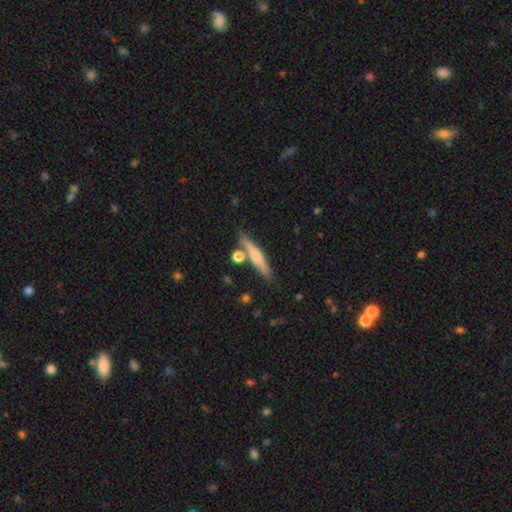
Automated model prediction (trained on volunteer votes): smooth-or-featured: smooth: 54% | featured or disk: 39% | star or artifact: 7%
  how-rounded: cigar-shaped: 88% | in between: 9% | round: 3%
  merging: none: 76% | minor disturbance: 11% | merger: 10% | major disturbance: 3%